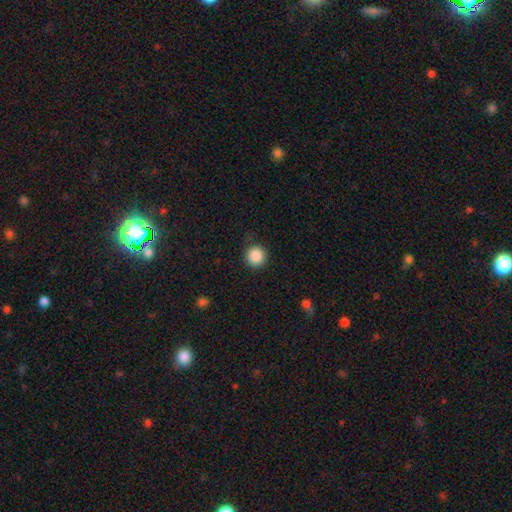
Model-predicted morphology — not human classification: Smooth or featured? Predicted: smooth (p=0.88). How rounded? Predicted: round (p=0.94). Merging? Predicted: none (p=0.87).